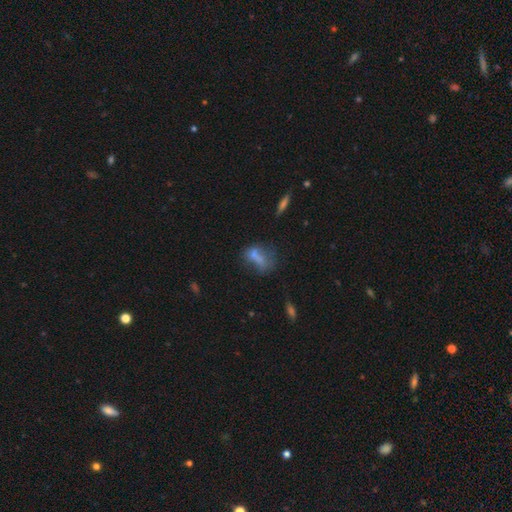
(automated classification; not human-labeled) smooth_or_featured: smooth (p=0.56) [alt: featured or disk p=0.28]
how_rounded: in between (p=0.67) [alt: round p=0.17]
merging: none (p=0.35) [alt: merger p=0.24]